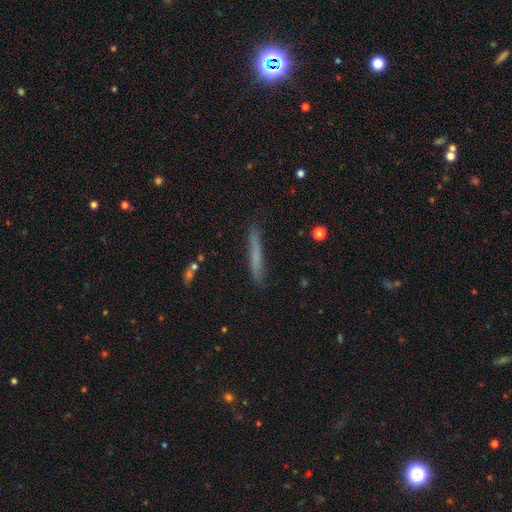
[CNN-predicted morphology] smooth 62%, featured or disk 30%, star or artifact 8%. Down the decision tree: how rounded — cigar-shaped (95%); merging — none (83%).